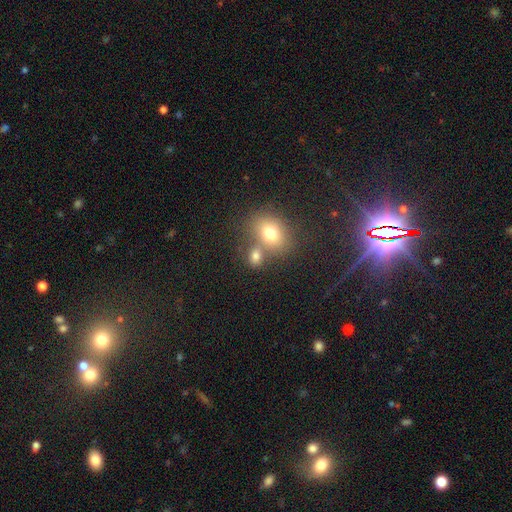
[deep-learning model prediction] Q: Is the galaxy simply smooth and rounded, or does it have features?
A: smooth — 75%.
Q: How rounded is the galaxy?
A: in between — 59%.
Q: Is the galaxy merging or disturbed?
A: none — 45%.